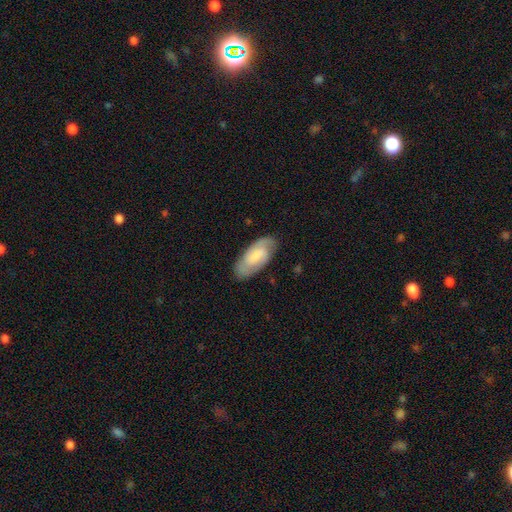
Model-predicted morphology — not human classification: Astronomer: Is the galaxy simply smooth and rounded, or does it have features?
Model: featured or disk — 55% (runner-up: smooth, 39%).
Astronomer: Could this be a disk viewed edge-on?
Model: no — 93%.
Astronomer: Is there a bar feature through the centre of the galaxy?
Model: weak — 50% (runner-up: no, 34%).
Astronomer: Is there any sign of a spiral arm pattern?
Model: yes — 87%.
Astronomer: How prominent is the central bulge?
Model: small — 43% (runner-up: moderate, 34%).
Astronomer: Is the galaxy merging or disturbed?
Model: none — 82%.